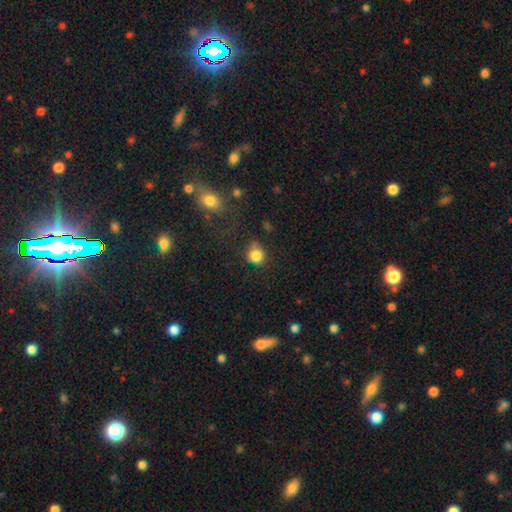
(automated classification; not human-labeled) A smooth galaxy with no disk features (84%) that is round (83%). Merging: none (68%).